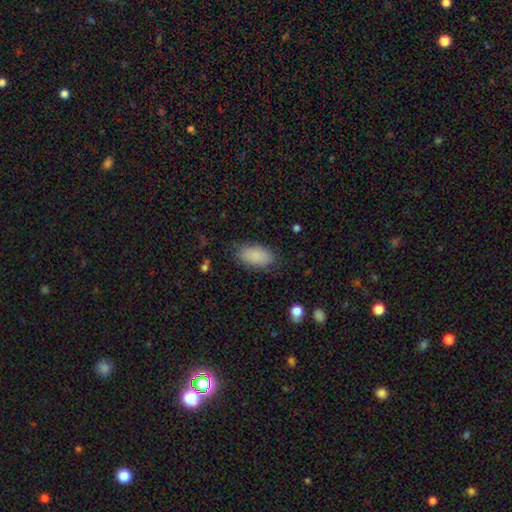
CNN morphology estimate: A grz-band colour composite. It shows a smooth galaxy with no disk features (88%) that is in between round and cigar-shaped (93%). Merging: none (81%).